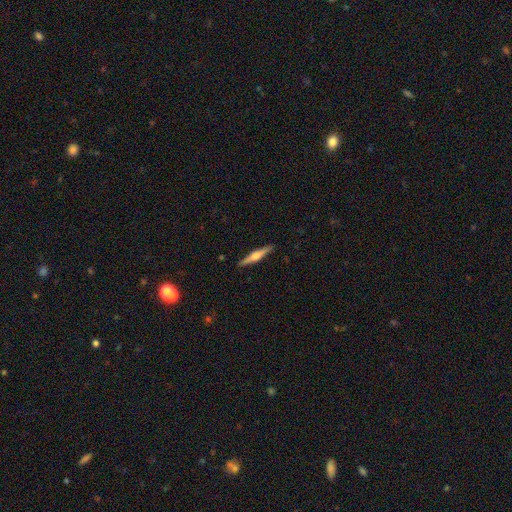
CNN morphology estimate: Q: Smooth or featured?
A: featured or disk (64%); runner-up: smooth (30%)
Q: Edge-on disk?
A: yes (98%); runner-up: no (2%)
Q: Edge-on bulge?
A: rounded (83%); runner-up: boxy (11%)
Q: Merging?
A: none (91%); runner-up: minor disturbance (7%)